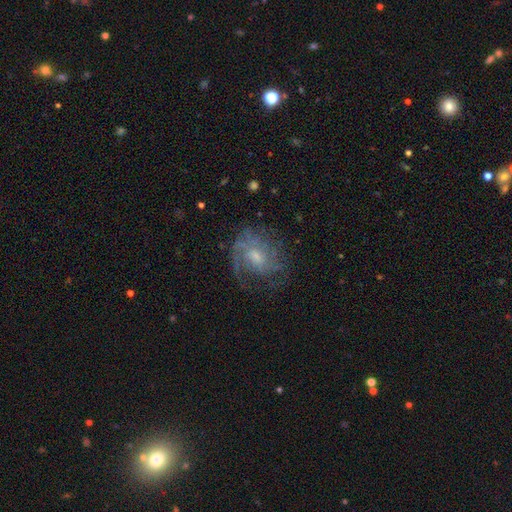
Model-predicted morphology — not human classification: Smooth or featured: featured or disk — 73% (smooth — 18%)
Edge-on disk: no — 97% (yes — 3%)
Bar: no — 61% (weak — 34%)
Spiral arms: yes — 85% (no — 15%)
Spiral winding: tight — 42% (medium — 38%)
Spiral arm count: can't tell — 42% (2 — 19%)
Bulge size: small — 45% (moderate — 42%)
Merging: none — 59% (minor disturbance — 20%)